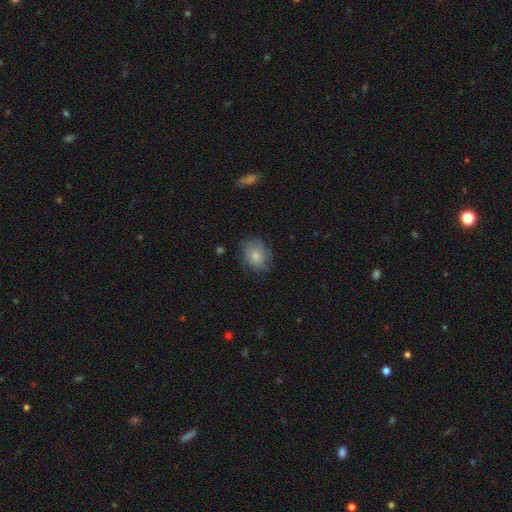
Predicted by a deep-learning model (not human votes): The model was most divided on "how rounded": in between: 53%, round: 46%, cigar-shaped: 1%. More confident: smooth or featured — smooth (78%); merging — none (70%).